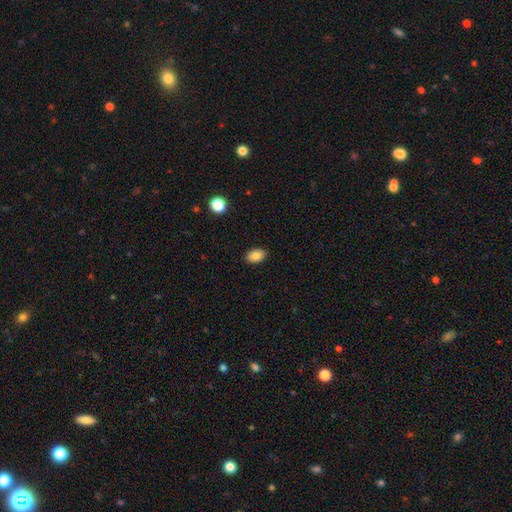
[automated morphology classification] smooth 86%, star or artifact 9%, featured or disk 6%. Down the decision tree: how rounded — in between (88%); merging — none (89%).